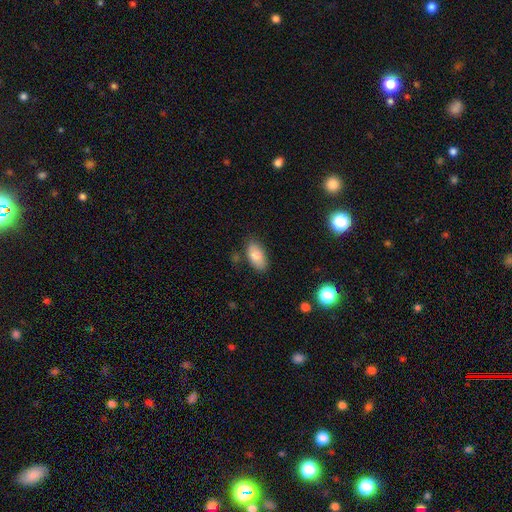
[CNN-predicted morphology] type=smooth (83%); roundness=in between (93%); merging=none (80%).